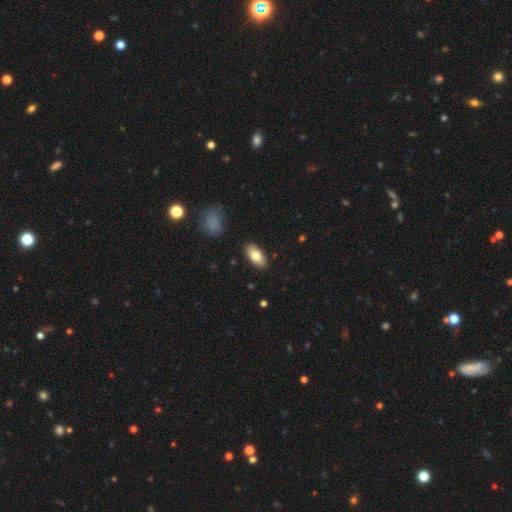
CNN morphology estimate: smooth 77%, featured or disk 17%, star or artifact 7%. Down the decision tree: how rounded — in between (90%); merging — none (87%).